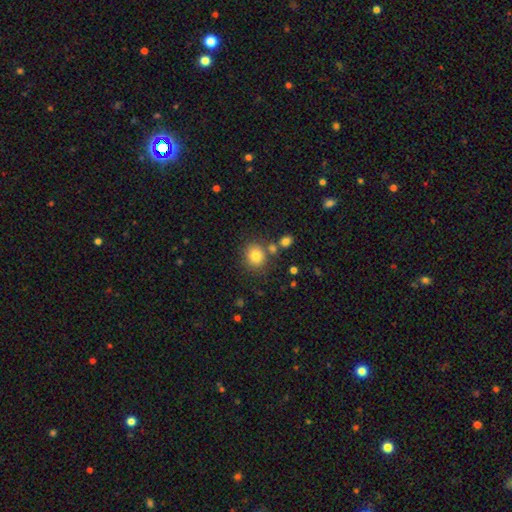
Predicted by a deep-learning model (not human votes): This is clearly a smooth galaxy (81%). How rounded: likely round (78%). Merging: likely none (75%).